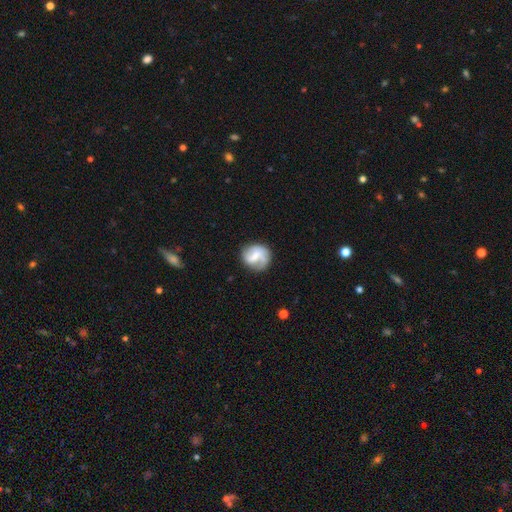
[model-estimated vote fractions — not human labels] Morphology: type=featured or disk (57%); edge-on=no (98%); bar=weak (51%); spiral arms=yes (83%); bulge=small (45%); merging=none (68%).